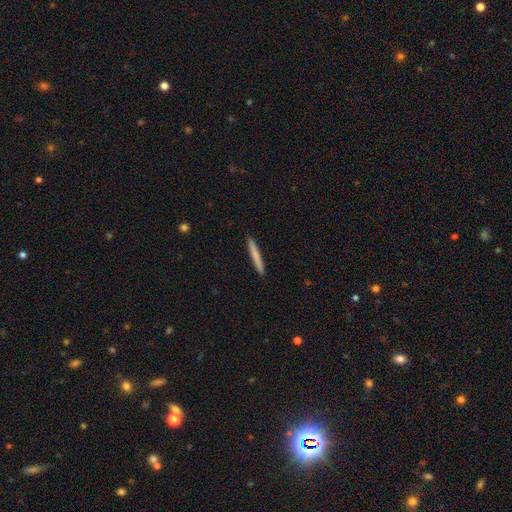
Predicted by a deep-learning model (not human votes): smooth-or-featured: smooth: 75% | featured or disk: 20% | star or artifact: 5%
  how-rounded: cigar-shaped: 97% | in between: 2% | round: 1%
  merging: none: 93% | minor disturbance: 5% | major disturbance: 1% | merger: 1%